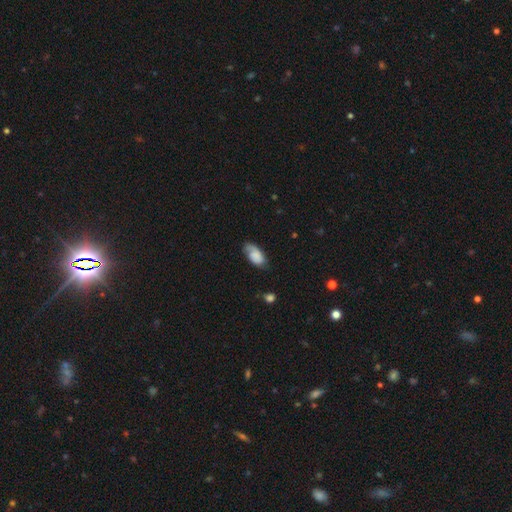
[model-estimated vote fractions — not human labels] smooth-or-featured: smooth: 68% | featured or disk: 24% | star or artifact: 8%
  how-rounded: in between: 92% | cigar-shaped: 4% | round: 4%
  merging: none: 58% | minor disturbance: 29% | major disturbance: 10% | merger: 2%